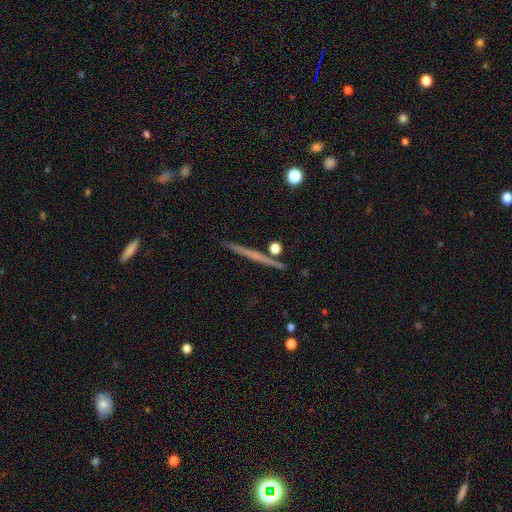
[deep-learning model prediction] Smooth or featured? featured or disk (62%)
Edge-on disk? yes (98%)
Edge-on bulge? none (76%)
Merging? none (90%)